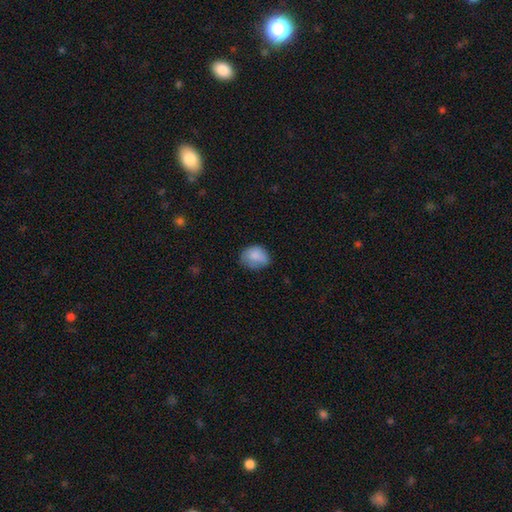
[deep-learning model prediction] Smooth or featured? smooth (84%)
How rounded? in between (52%)
Merging? none (56%)